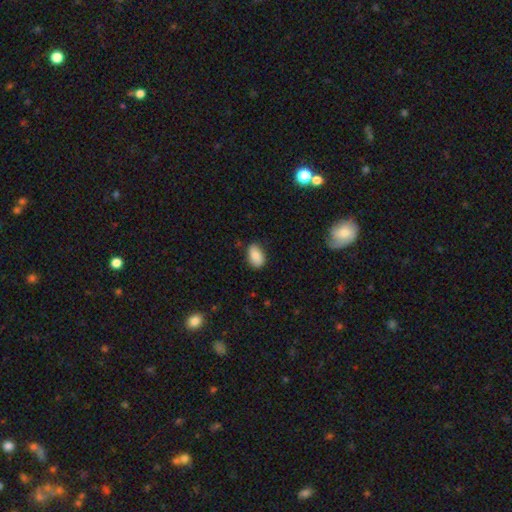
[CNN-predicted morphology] This appears to be a smooth galaxy with no disk features (81%) that is in between round and cigar-shaped (88%). Merging: none (77%).